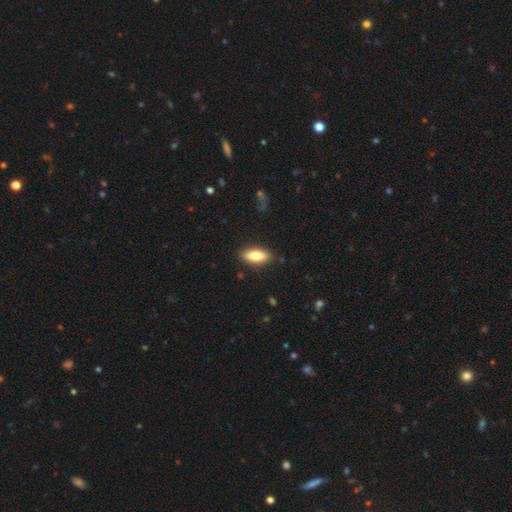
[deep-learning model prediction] Smooth or featured?
  - smooth: 80% *
  - featured or disk: 13%
  - star or artifact: 6%
How rounded?
  - in between: 81% *
  - cigar-shaped: 16%
  - round: 2%
Merging?
  - none: 87% *
  - minor disturbance: 9%
  - major disturbance: 2%
  - merger: 1%